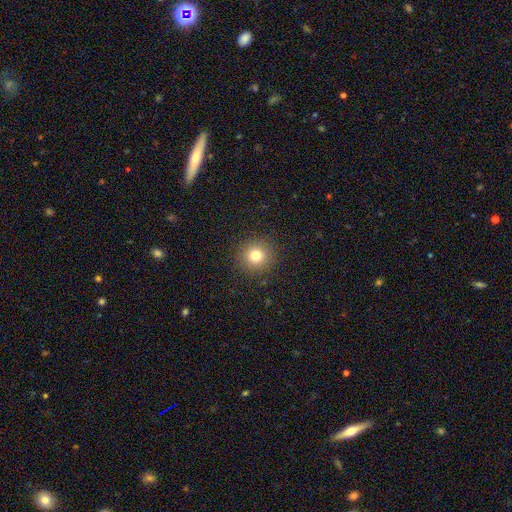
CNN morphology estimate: Smooth or featured? Predicted: smooth (p=0.79). How rounded? Predicted: round (p=0.94). Merging? Predicted: none (p=0.91).